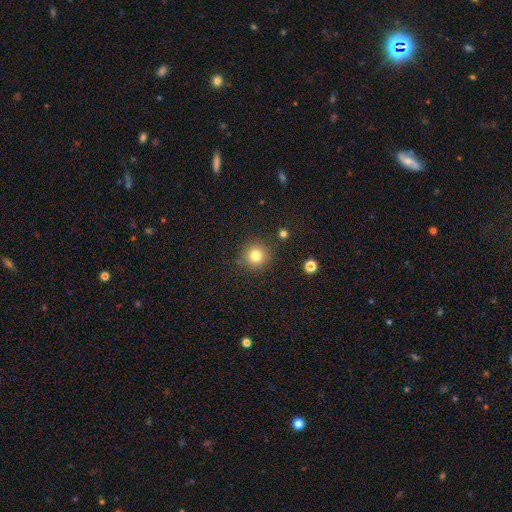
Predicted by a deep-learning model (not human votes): Overall: smooth (80%). How rounded: round (94%). Merging: none (87%).